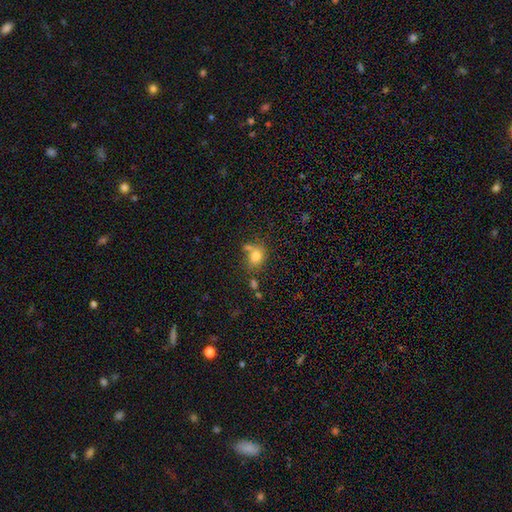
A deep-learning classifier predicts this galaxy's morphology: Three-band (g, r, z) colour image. It shows a smooth galaxy with no disk features (77%) that is round (58%). Merging: none (55%).